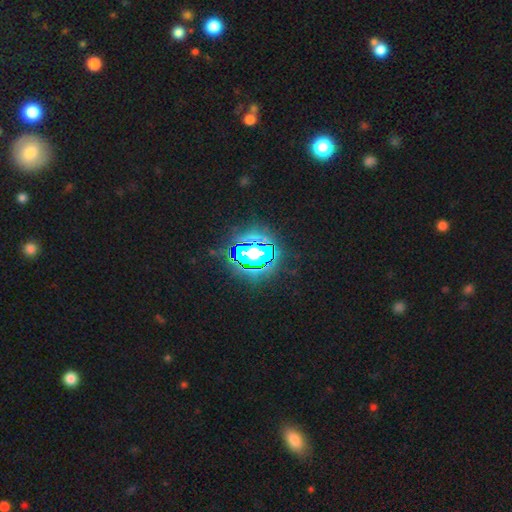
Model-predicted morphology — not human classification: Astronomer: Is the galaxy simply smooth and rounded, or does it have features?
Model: star or artifact — 72%.